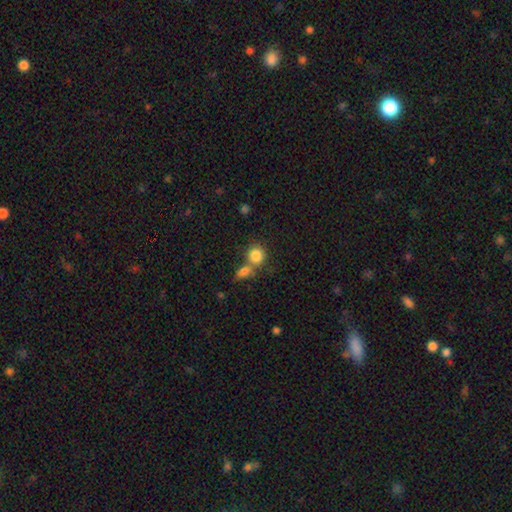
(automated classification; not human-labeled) Overall: smooth (84%). How rounded: round (81%). Merging: none (48%; merger 39%).